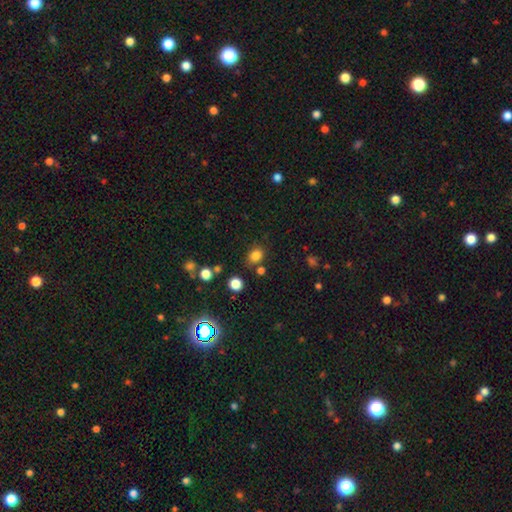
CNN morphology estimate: A smooth galaxy with no disk features (80%) that is in between round and cigar-shaped (50%). Merging: none (75%).